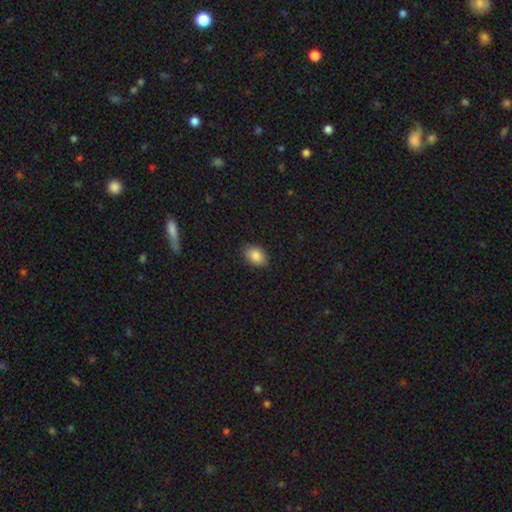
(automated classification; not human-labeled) smooth 86%, star or artifact 8%, featured or disk 6%. Down the decision tree: how rounded — in between (85%); merging — none (83%).